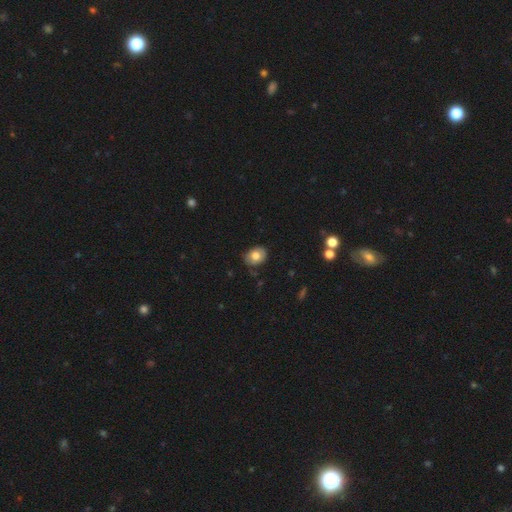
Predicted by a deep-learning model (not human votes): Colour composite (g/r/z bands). It shows a smooth galaxy with no disk features (74%) that is in between round and cigar-shaped (54%). Merging: none (76%).